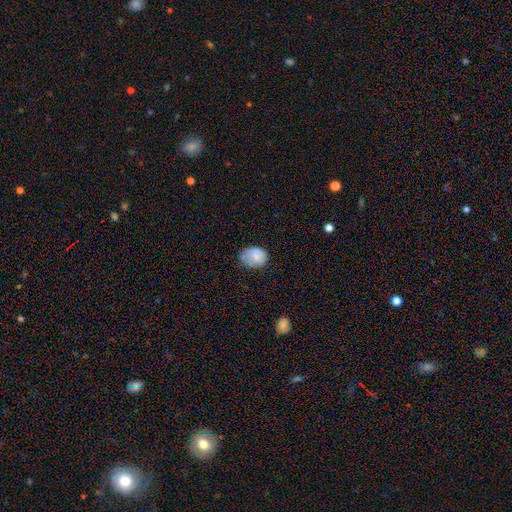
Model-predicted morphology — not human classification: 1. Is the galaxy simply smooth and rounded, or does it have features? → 75% smooth, 17% featured or disk, 8% star or artifact.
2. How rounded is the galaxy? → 62% in between, 37% round, 1% cigar-shaped.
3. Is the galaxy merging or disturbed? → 49% none, 38% minor disturbance, 12% major disturbance, 2% merger.